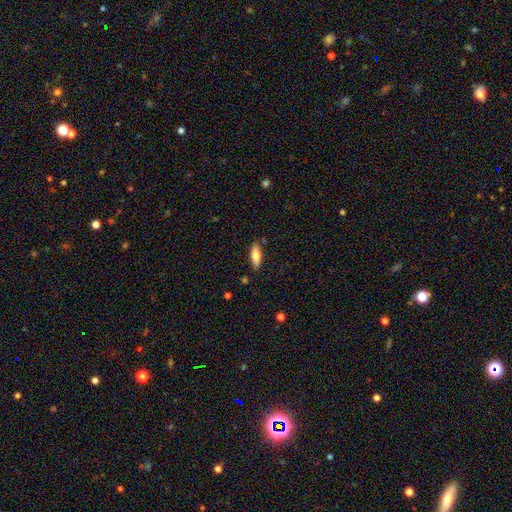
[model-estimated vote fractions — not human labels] A smooth galaxy with no disk features (72%) that is in between round and cigar-shaped (62%).

Vote fractions:
- Smooth or featured? smooth: 72% / featured or disk: 22% / star or artifact: 6%
- How rounded? in between: 62% / cigar-shaped: 36% / round: 2%
- Merging? none: 84% / minor disturbance: 11% / merger: 2% / major disturbance: 2%